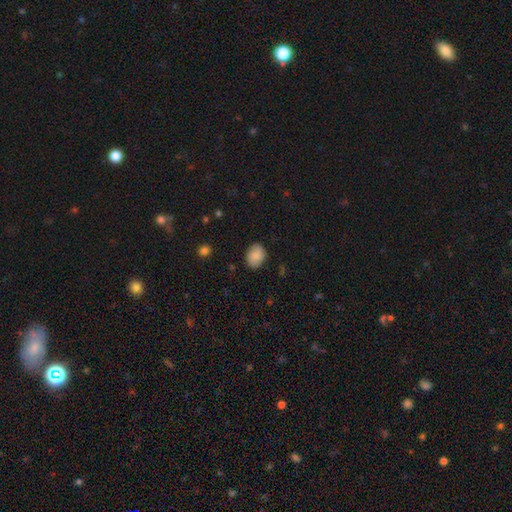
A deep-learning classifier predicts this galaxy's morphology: Smooth or featured: smooth — 83% (featured or disk — 9%)
How rounded: in between — 68% (round — 31%)
Merging: none — 83% (minor disturbance — 13%)